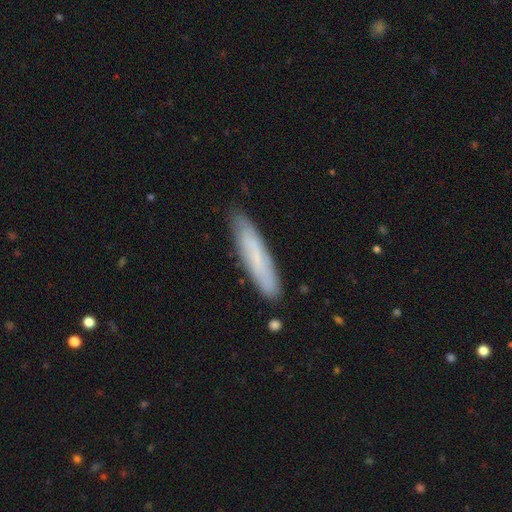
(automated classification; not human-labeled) Smooth or featured?
  - smooth: 60% *
  - featured or disk: 33%
  - star or artifact: 7%
How rounded?
  - cigar-shaped: 84% *
  - in between: 15%
  - round: 1%
Merging?
  - none: 84% *
  - minor disturbance: 12%
  - major disturbance: 2%
  - merger: 2%